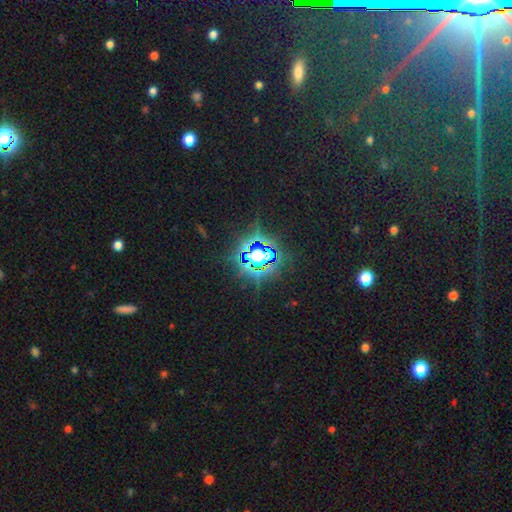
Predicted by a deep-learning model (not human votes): star or artifact 79%, smooth 13%, featured or disk 8%.